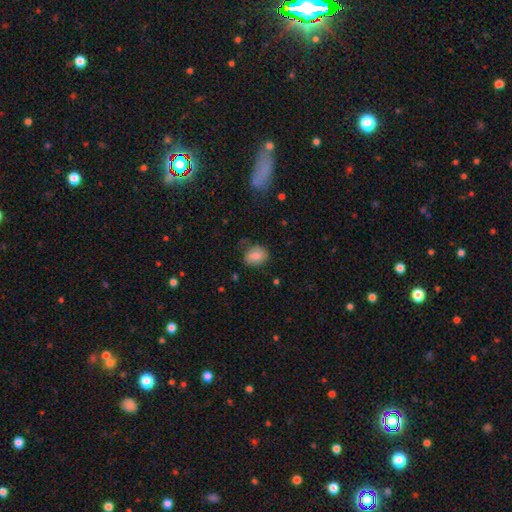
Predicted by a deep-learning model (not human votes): Smooth or featured? Predicted: smooth (p=0.78). How rounded? Predicted: in between (p=0.52). Merging? Predicted: none (p=0.67).